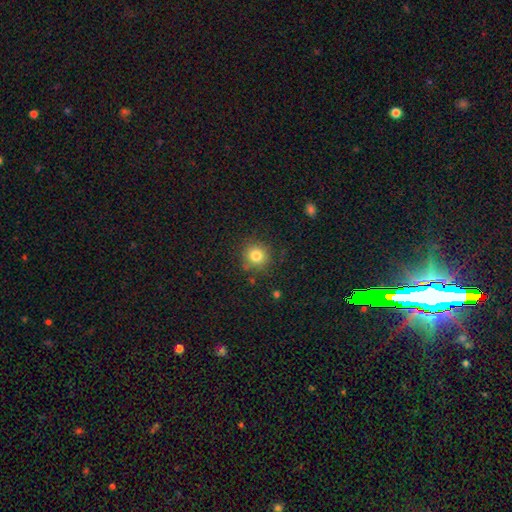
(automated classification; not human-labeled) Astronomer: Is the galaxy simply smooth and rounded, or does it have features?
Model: smooth — 81%.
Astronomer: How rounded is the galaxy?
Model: round — 92%.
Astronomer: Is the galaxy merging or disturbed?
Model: none — 84%.